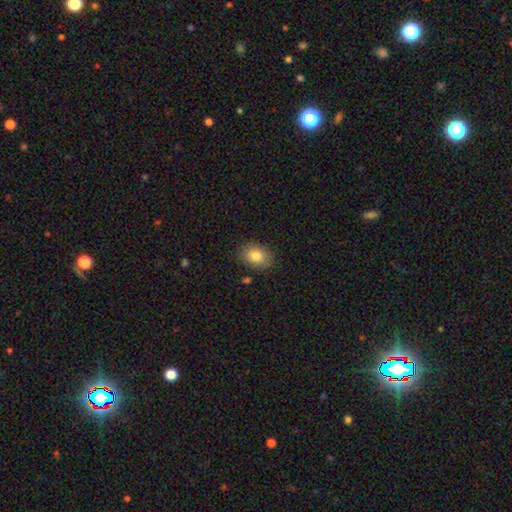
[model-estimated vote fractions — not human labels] A smooth galaxy with no disk features (82%) that is in between round and cigar-shaped (73%).

Vote fractions:
- Smooth or featured? smooth: 82% / featured or disk: 9% / star or artifact: 8%
- How rounded? in between: 73% / round: 26% / cigar-shaped: 1%
- Merging? none: 87% / minor disturbance: 10% / major disturbance: 2% / merger: 1%